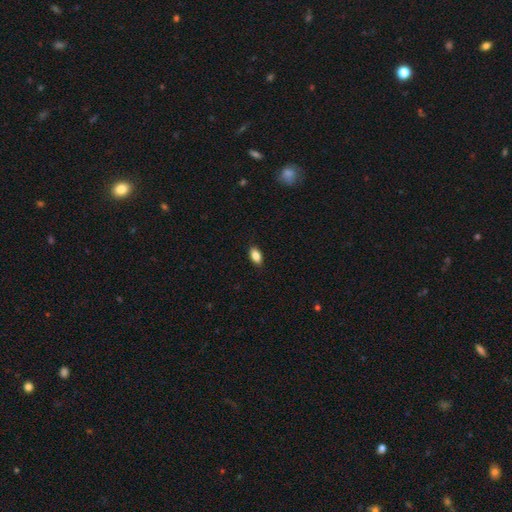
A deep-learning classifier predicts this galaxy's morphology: Smooth or featured?
  - smooth: 86% *
  - star or artifact: 8%
  - featured or disk: 6%
How rounded?
  - in between: 90% *
  - round: 5%
  - cigar-shaped: 4%
Merging?
  - none: 88% *
  - minor disturbance: 9%
  - major disturbance: 2%
  - merger: 1%